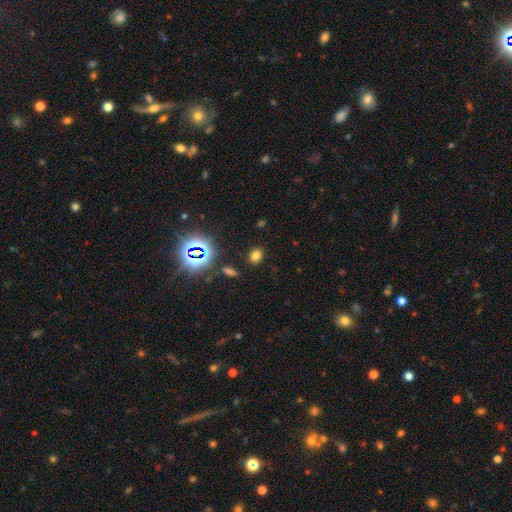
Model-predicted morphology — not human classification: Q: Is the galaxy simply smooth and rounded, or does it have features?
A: smooth — 69%.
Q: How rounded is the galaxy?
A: in between — 58%.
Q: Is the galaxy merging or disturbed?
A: none — 86%.